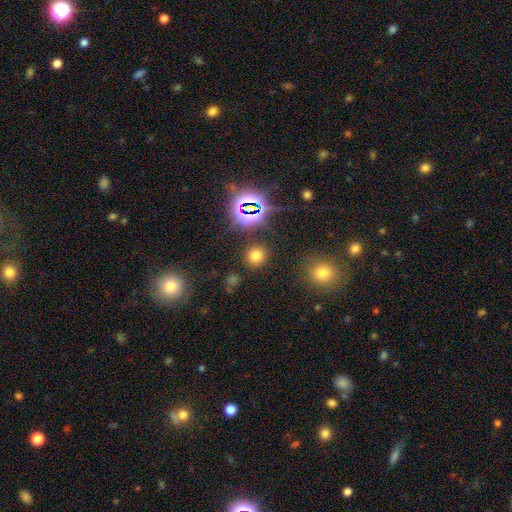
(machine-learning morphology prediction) A smooth galaxy with no disk features (68%) that is round (88%).

Vote fractions:
- Smooth or featured? smooth: 68% / star or artifact: 25% / featured or disk: 7%
- How rounded? round: 88% / in between: 11% / cigar-shaped: 1%
- Merging? none: 87% / minor disturbance: 7% / major disturbance: 3% / merger: 3%